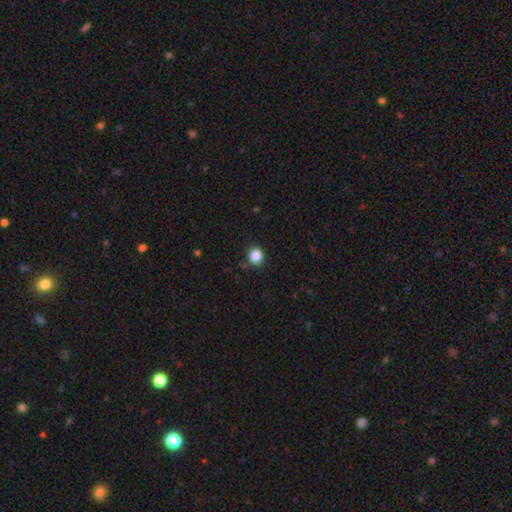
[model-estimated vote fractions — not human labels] A smooth galaxy with no disk features (86%) that is round (74%).

Vote fractions:
- Smooth or featured? smooth: 86% / star or artifact: 11% / featured or disk: 3%
- How rounded? round: 74% / in between: 25% / cigar-shaped: 1%
- Merging? none: 85% / minor disturbance: 10% / major disturbance: 3% / merger: 2%